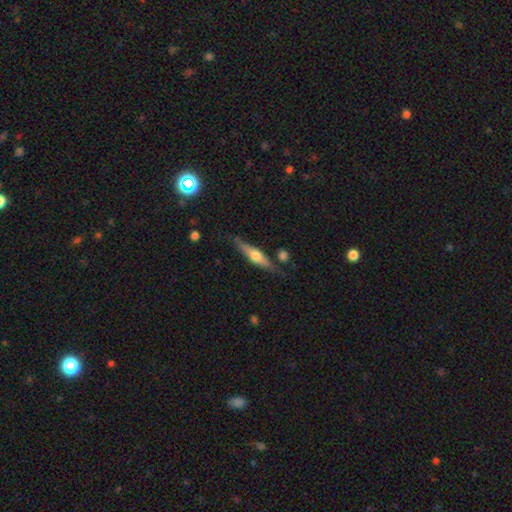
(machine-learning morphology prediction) Smooth or featured? Predicted: featured or disk (p=0.56). Edge-on disk? Predicted: yes (p=0.93). Edge-on bulge? Predicted: rounded (p=0.90). Merging? Predicted: none (p=0.74).